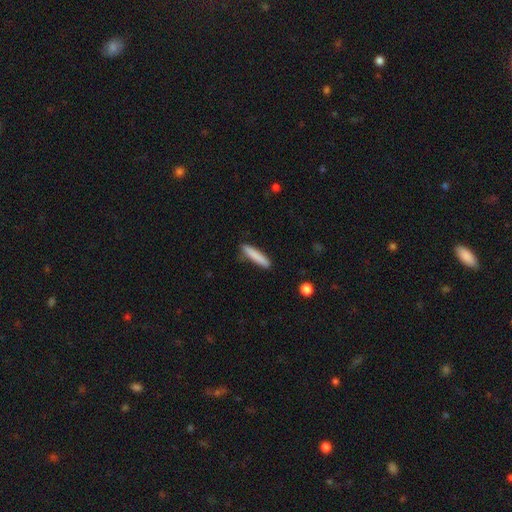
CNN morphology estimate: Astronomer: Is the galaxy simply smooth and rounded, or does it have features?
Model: smooth — 84%.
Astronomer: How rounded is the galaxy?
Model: cigar-shaped — 90%.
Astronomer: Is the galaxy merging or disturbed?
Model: none — 86%.